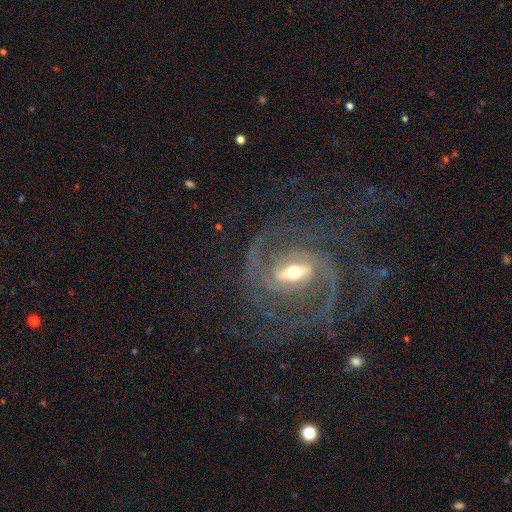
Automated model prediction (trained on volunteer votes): smooth-or-featured: featured or disk: 90% | star or artifact: 6% | smooth: 4%
  disk-edge-on: no: 97% | yes: 3%
    bar: strong: 49% | weak: 39% | no: 12%
    has-spiral-arms: yes: 97% | no: 3%
      spiral-winding: medium: 50% | tight: 36% | loose: 14%
      spiral-arm-count: 2: 62% | 3: 14% | can't tell: 10% | 4: 5% | 1: 4% | more than 4: 4%
    bulge-size: moderate: 55% | small: 36% | large: 6% | none: 1% | dominant: 1%
  merging: none: 65% | major disturbance: 18% | minor disturbance: 15% | merger: 2%